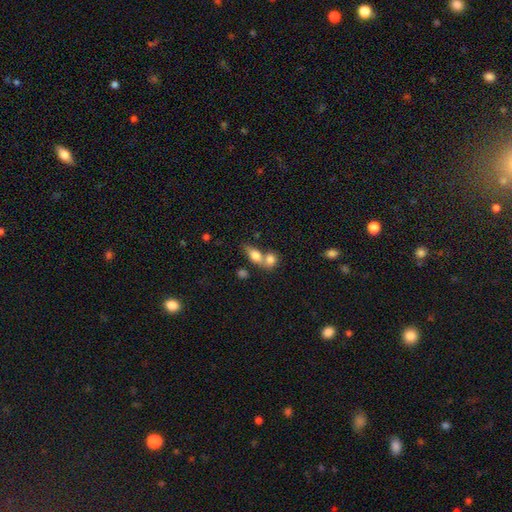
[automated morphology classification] Smooth or featured?
  - smooth: 76% *
  - featured or disk: 17%
  - star or artifact: 8%
How rounded?
  - in between: 72% *
  - round: 18%
  - cigar-shaped: 11%
Merging?
  - merger: 60% *
  - none: 29%
  - minor disturbance: 8%
  - major disturbance: 4%